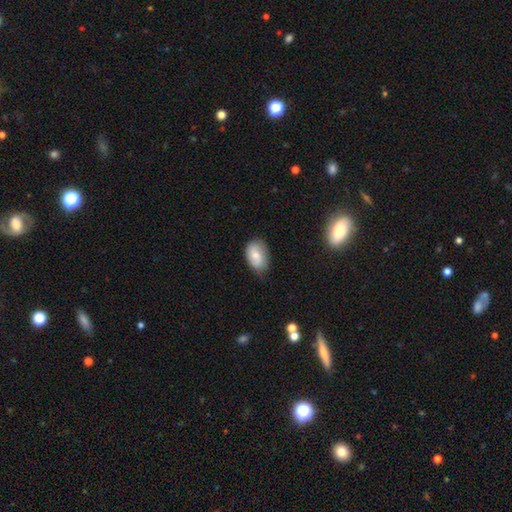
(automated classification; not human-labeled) A smooth galaxy with no disk features (73%) that is in between round and cigar-shaped (87%).

Vote fractions:
- Smooth or featured? smooth: 73% / featured or disk: 20% / star or artifact: 7%
- How rounded? in between: 87% / round: 11% / cigar-shaped: 1%
- Merging? none: 65% / minor disturbance: 29% / major disturbance: 5% / merger: 1%